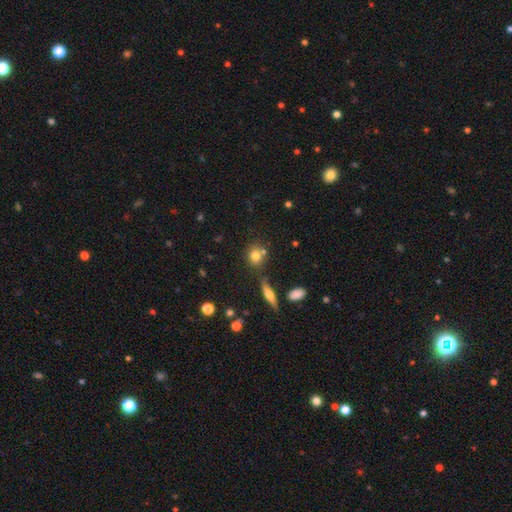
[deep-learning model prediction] A smooth galaxy with no disk features (75%) that is round (72%).

Vote fractions:
- Smooth or featured? smooth: 75% / featured or disk: 12% / star or artifact: 12%
- How rounded? round: 72% / in between: 25% / cigar-shaped: 3%
- Merging? none: 62% / merger: 22% / minor disturbance: 12% / major disturbance: 4%